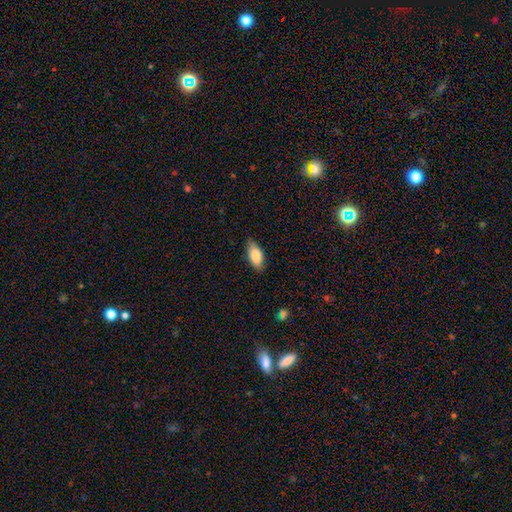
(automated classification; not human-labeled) A smooth galaxy with no disk features (84%) that is in between round and cigar-shaped (87%). Merging: none (79%).